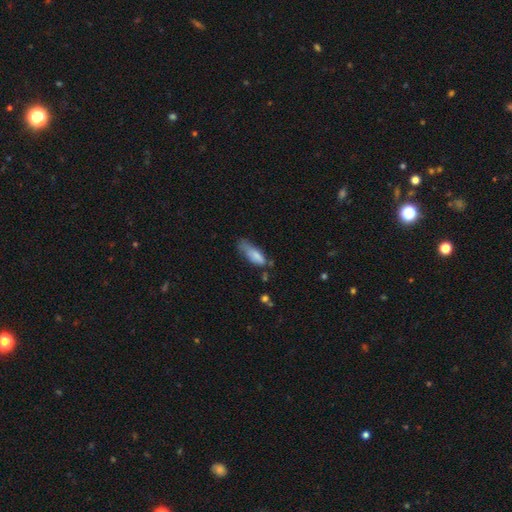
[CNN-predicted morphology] smooth_or_featured: smooth (p=0.77) [alt: featured or disk p=0.15]
how_rounded: in between (p=0.63) [alt: cigar-shaped p=0.35]
merging: minor disturbance (p=0.40) [alt: none p=0.32]